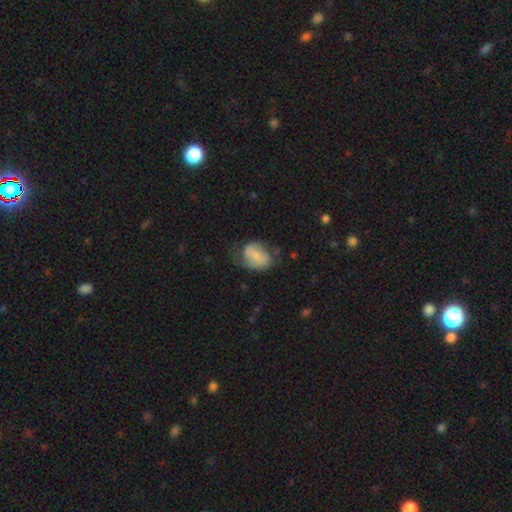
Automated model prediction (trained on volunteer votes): Morphology: type=smooth (60%); roundness=in between (71%); merging=none (44%).